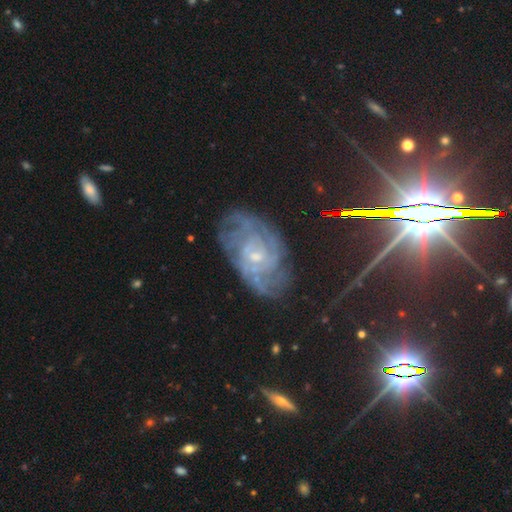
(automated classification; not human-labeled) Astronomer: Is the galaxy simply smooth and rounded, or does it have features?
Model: featured or disk — 80%.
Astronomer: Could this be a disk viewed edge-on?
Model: no — 95%.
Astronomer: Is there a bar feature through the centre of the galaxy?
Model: no — 58% (runner-up: weak, 34%).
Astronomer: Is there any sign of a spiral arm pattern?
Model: yes — 95%.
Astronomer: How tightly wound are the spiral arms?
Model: tight — 66%.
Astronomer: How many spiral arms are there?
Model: can't tell — 39% (runner-up: 4, 16%).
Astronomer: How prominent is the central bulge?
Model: small — 72%.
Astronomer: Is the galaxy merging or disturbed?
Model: none — 73%.